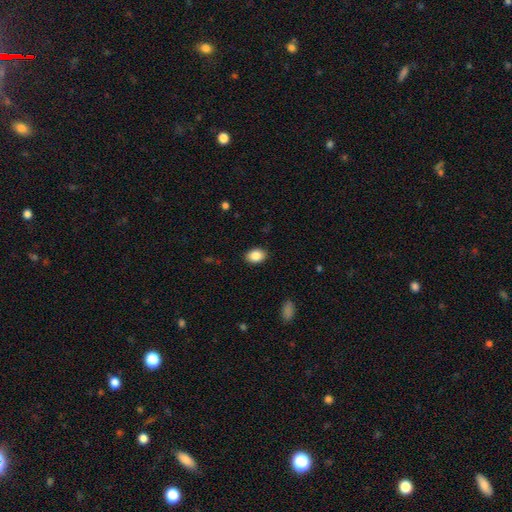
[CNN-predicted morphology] Smooth or featured?
  - smooth: 87% *
  - star or artifact: 8%
  - featured or disk: 5%
How rounded?
  - in between: 78% *
  - round: 21%
  - cigar-shaped: 1%
Merging?
  - none: 89% *
  - minor disturbance: 8%
  - major disturbance: 2%
  - merger: 1%